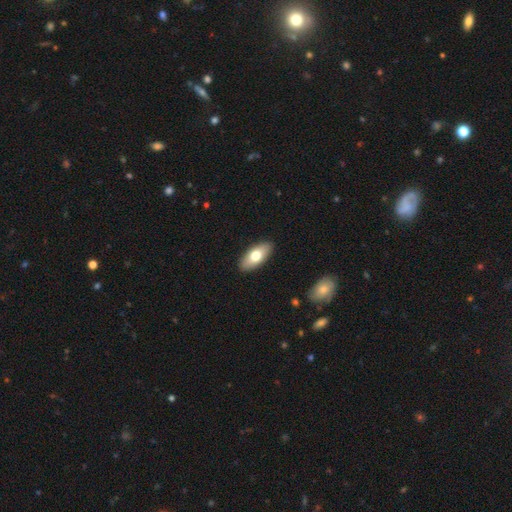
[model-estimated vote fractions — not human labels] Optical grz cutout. It shows a smooth galaxy with no disk features (71%) that is in between round and cigar-shaped (87%). Merging: none (90%).